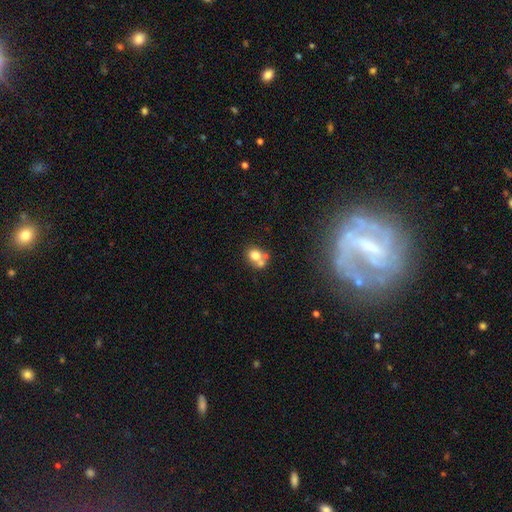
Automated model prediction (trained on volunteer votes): smooth 71%, featured or disk 18%, star or artifact 11%. Down the decision tree: how rounded — round (65%); merging — merger (49%).